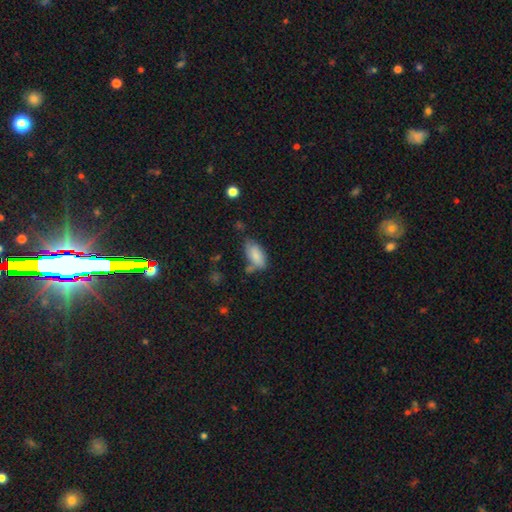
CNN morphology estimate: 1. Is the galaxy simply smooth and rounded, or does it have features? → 83% smooth, 10% featured or disk, 7% star or artifact.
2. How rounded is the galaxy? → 91% in between, 6% cigar-shaped, 3% round.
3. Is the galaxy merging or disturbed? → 52% none, 29% minor disturbance, 11% merger, 8% major disturbance.